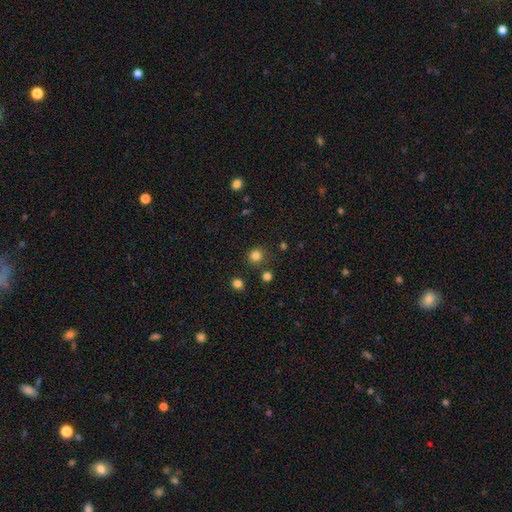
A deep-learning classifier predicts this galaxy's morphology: smooth-or-featured: smooth: 81% | star or artifact: 14% | featured or disk: 5%
  how-rounded: round: 90% | in between: 9% | cigar-shaped: 1%
  merging: none: 82% | minor disturbance: 9% | merger: 6% | major disturbance: 3%